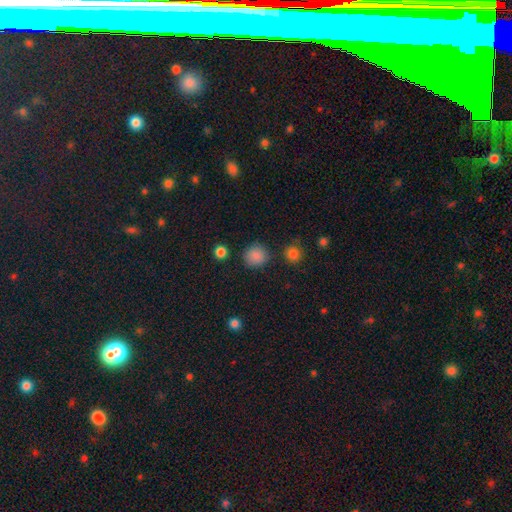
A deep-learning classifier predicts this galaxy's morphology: type=smooth (86%); roundness=round (89%); merging=none (86%).